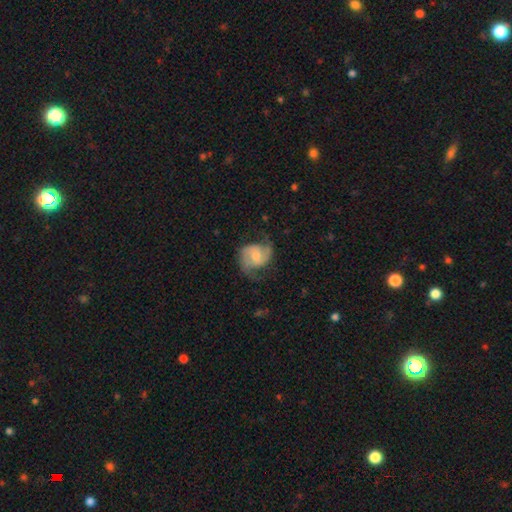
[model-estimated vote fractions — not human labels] This is likely a featured or disk galaxy (78%). It is clearly not viewed edge-on (98%). Bar: possibly no (50%). Spiral arm pattern: clearly yes (94%). Spiral arm count: clearly 2 (89%). Spiral winding: possibly medium (47%). Central bulge: likely moderate (60%). Merging: likely none (65%).